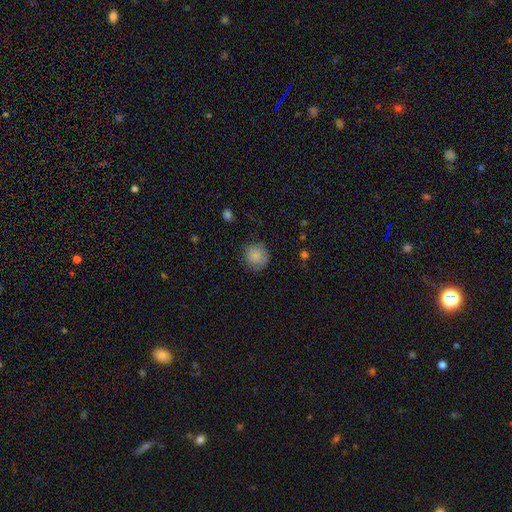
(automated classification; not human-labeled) This appears to be a smooth galaxy with no disk features (84%) that is round (89%). Merging: none (79%).